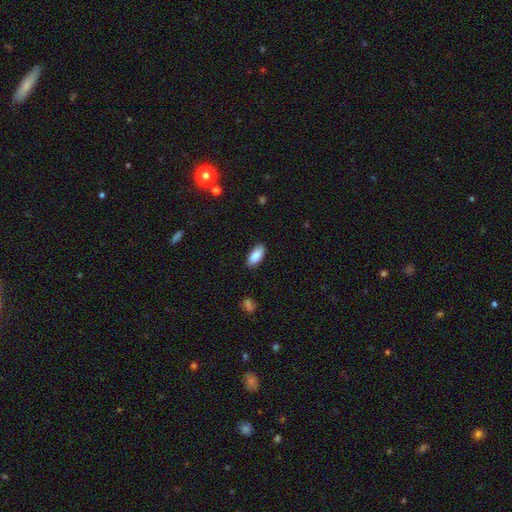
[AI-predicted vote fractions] smooth 87%, featured or disk 7%, star or artifact 6%. Down the decision tree: how rounded — in between (87%); merging — none (87%).